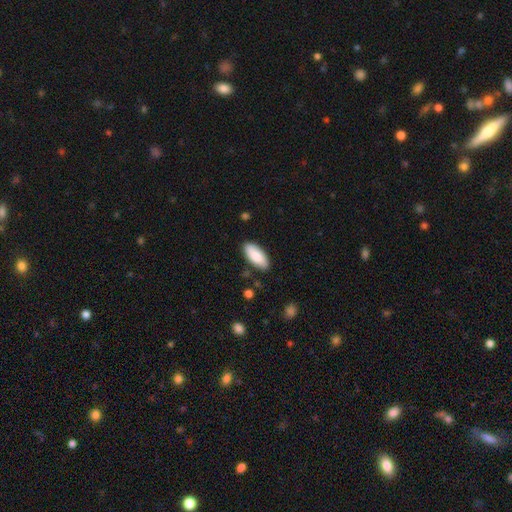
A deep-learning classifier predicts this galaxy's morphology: Smooth or featured?
  - smooth: 86% *
  - featured or disk: 8%
  - star or artifact: 6%
How rounded?
  - in between: 86% *
  - cigar-shaped: 12%
  - round: 2%
Merging?
  - none: 86% *
  - minor disturbance: 10%
  - major disturbance: 2%
  - merger: 1%